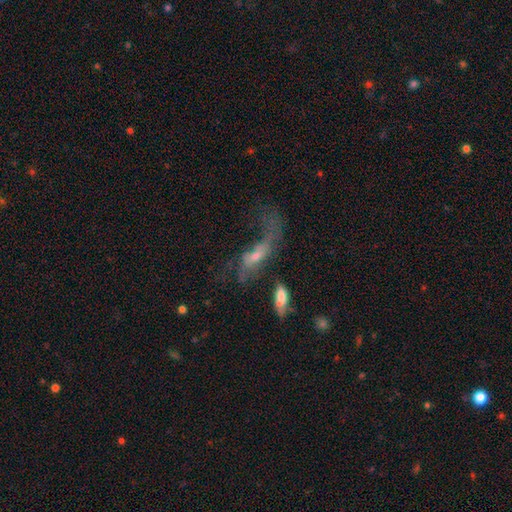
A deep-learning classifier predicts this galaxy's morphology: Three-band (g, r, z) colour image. It shows a featured or disk galaxy (58%). Merging: major disturbance (49%).